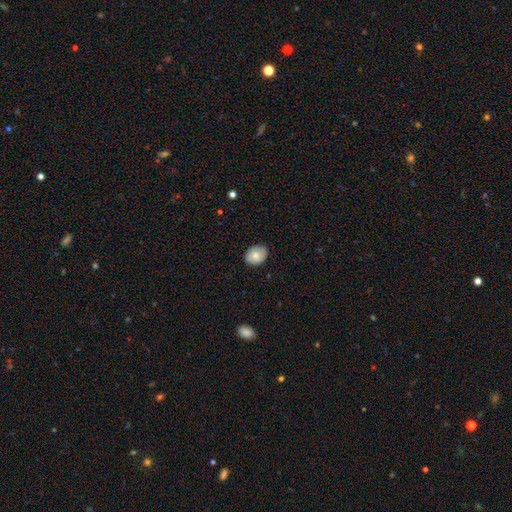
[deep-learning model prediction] Morphology: type=smooth (78%); roundness=in between (64%); merging=none (85%).